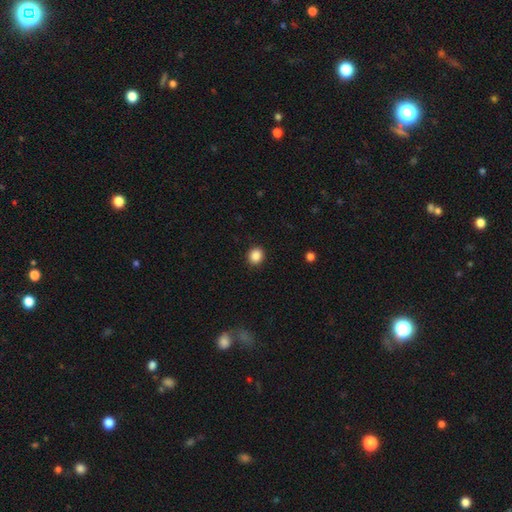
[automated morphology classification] This is clearly a smooth galaxy (87%). How rounded: clearly round (82%). Merging: clearly none (91%).